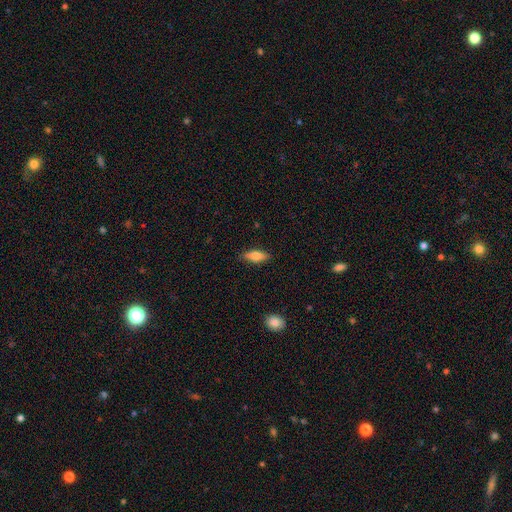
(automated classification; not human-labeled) Smooth or featured?
  - smooth: 74% *
  - featured or disk: 19%
  - star or artifact: 7%
How rounded?
  - in between: 64% *
  - cigar-shaped: 33%
  - round: 3%
Merging?
  - none: 86% *
  - minor disturbance: 11%
  - major disturbance: 2%
  - merger: 1%